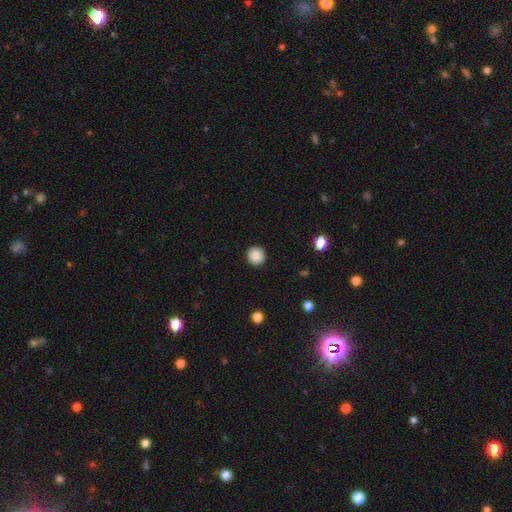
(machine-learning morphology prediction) This is clearly a smooth galaxy (88%). How rounded: clearly round (93%). Merging: clearly none (92%).